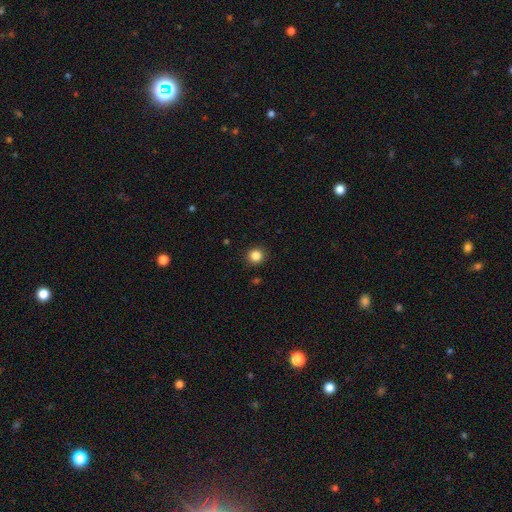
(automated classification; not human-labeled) Smooth or featured? Predicted: smooth (p=0.85). How rounded? Predicted: round (p=0.93). Merging? Predicted: none (p=0.92).